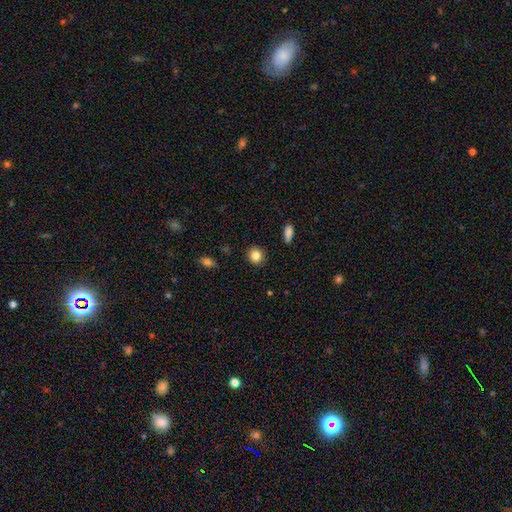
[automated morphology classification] Overall: smooth (85%). How rounded: round (83%). Merging: none (91%).